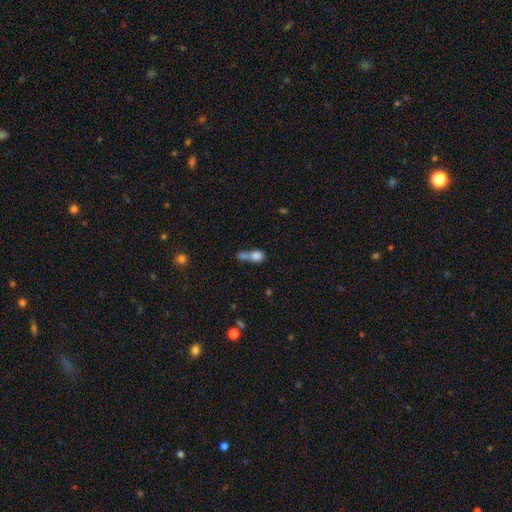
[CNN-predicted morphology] smooth-or-featured: smooth: 78% | featured or disk: 12% | star or artifact: 9%
  how-rounded: in between: 53% | round: 42% | cigar-shaped: 5%
  merging: merger: 66% | none: 19% | minor disturbance: 8% | major disturbance: 7%